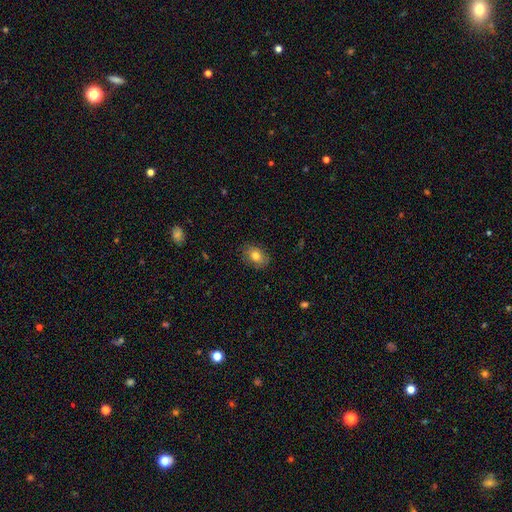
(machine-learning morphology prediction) Q: Smooth or featured?
A: smooth (78%); runner-up: featured or disk (13%)
Q: How rounded?
A: in between (74%); runner-up: round (24%)
Q: Merging?
A: none (84%); runner-up: minor disturbance (13%)